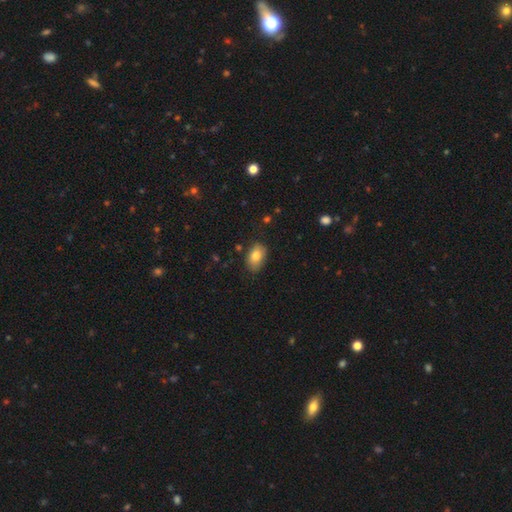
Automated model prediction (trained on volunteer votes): A smooth galaxy with no disk features (81%) that is in between round and cigar-shaped (88%).

Vote fractions:
- Smooth or featured? smooth: 81% / featured or disk: 11% / star or artifact: 8%
- How rounded? in between: 88% / round: 11% / cigar-shaped: 1%
- Merging? none: 77% / minor disturbance: 18% / major disturbance: 3% / merger: 2%